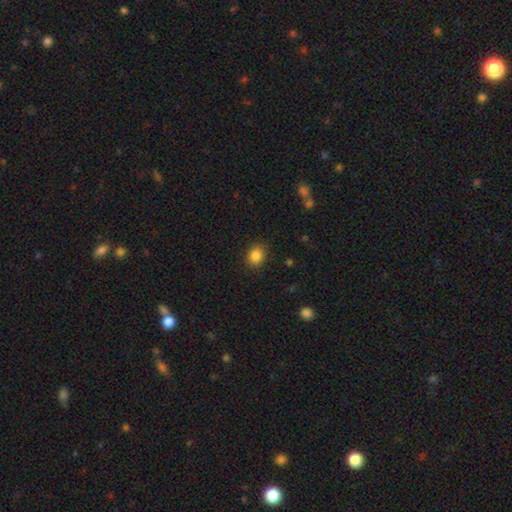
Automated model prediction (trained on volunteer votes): A smooth galaxy with no disk features (86%) that is round (58%). Merging: none (87%).